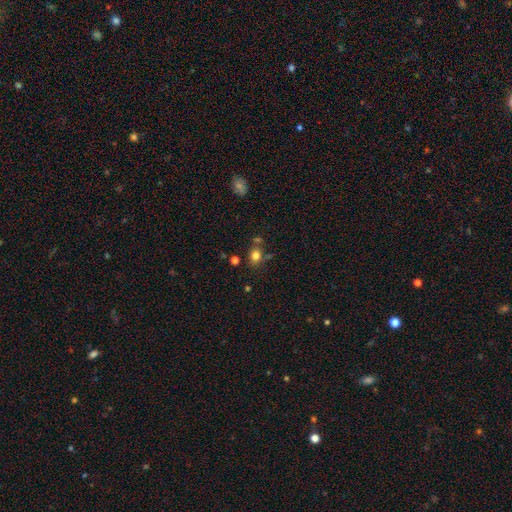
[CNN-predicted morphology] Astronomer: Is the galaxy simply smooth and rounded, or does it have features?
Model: smooth — 78%.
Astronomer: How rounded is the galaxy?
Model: round — 53% (runner-up: in between, 45%).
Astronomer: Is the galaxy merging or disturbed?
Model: none — 68%.